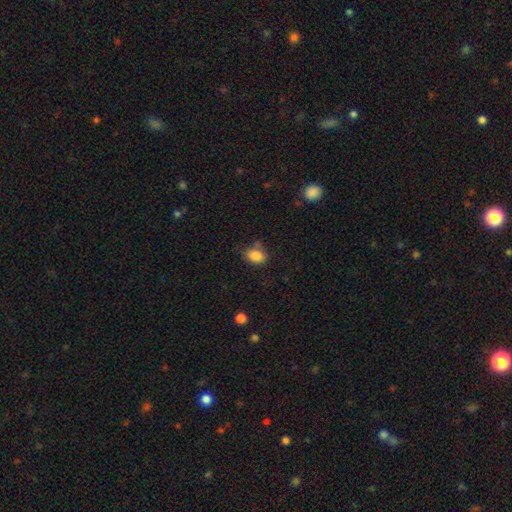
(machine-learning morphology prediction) A smooth galaxy with no disk features (86%) that is in between round and cigar-shaped (72%).

Vote fractions:
- Smooth or featured? smooth: 86% / star or artifact: 9% / featured or disk: 5%
- How rounded? in between: 72% / round: 27% / cigar-shaped: 1%
- Merging? none: 68% / minor disturbance: 21% / merger: 6% / major disturbance: 5%